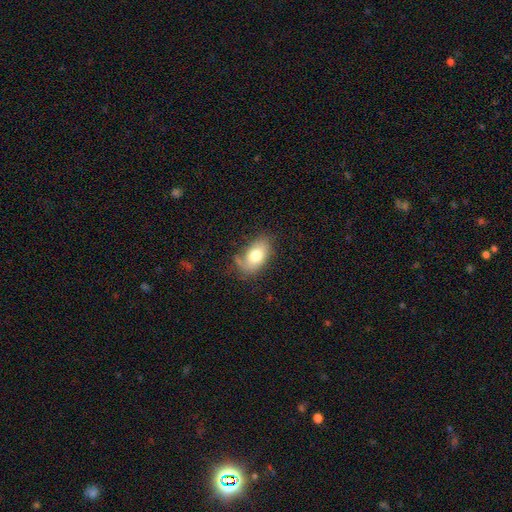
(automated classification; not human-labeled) A smooth galaxy with no disk features (73%) that is in between round and cigar-shaped (90%). Merging: none (56%).